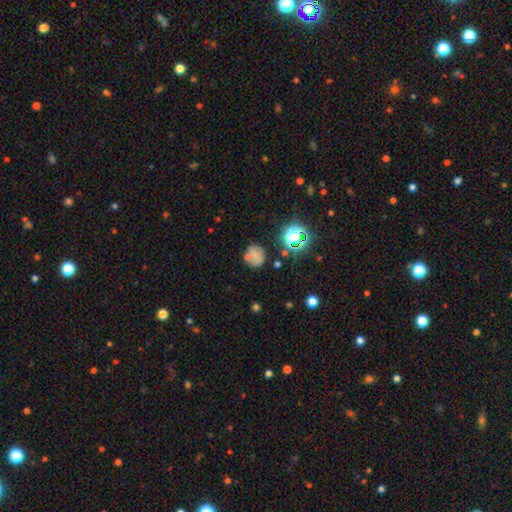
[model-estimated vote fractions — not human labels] This appears to be a smooth galaxy with no disk features (63%) that is round (74%). Merging: none (59%).